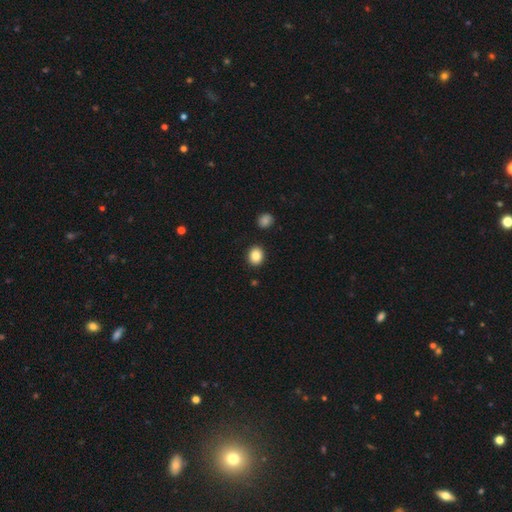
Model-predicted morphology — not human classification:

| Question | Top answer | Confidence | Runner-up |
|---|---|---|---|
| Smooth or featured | smooth | 86% | star or artifact (9%) |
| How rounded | round | 71% | in between (28%) |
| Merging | none | 89% | minor disturbance (6%) |